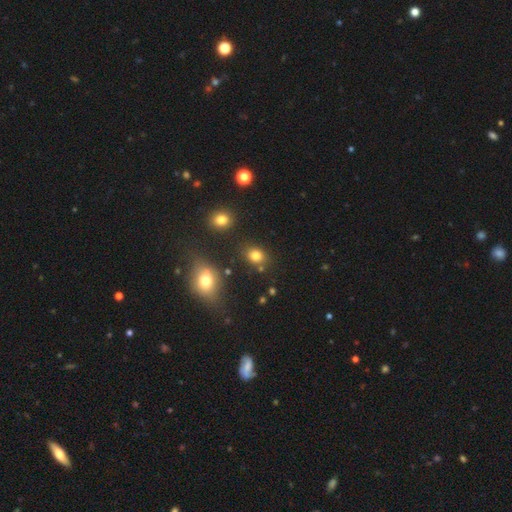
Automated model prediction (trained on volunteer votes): The model was most divided on "how rounded": round: 52%, in between: 46%, cigar-shaped: 1%. More confident: smooth or featured — smooth (80%); merging — none (78%).